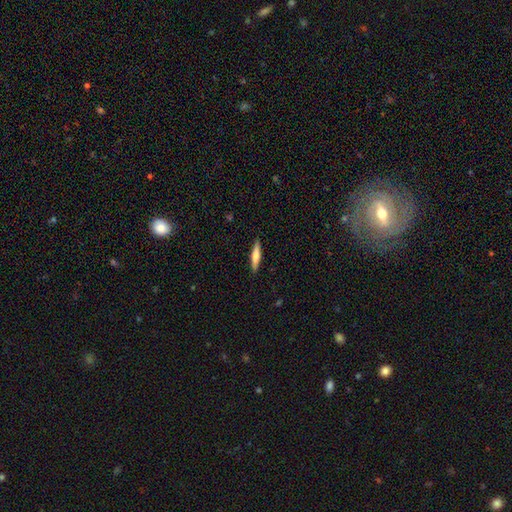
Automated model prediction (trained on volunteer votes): smooth 60%, featured or disk 34%, star or artifact 6%. Down the decision tree: how rounded — cigar-shaped (87%); merging — none (90%).